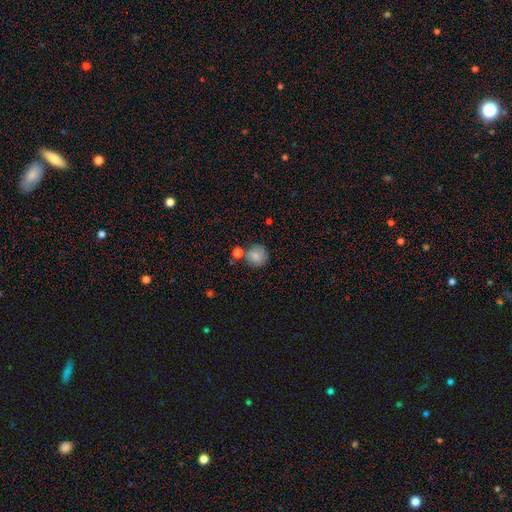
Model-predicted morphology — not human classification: A smooth galaxy with no disk features (80%) that is round (86%).

Vote fractions:
- Smooth or featured? smooth: 80% / featured or disk: 11% / star or artifact: 9%
- How rounded? round: 86% / in between: 13% / cigar-shaped: 1%
- Merging? none: 61% / minor disturbance: 18% / merger: 15% / major disturbance: 6%